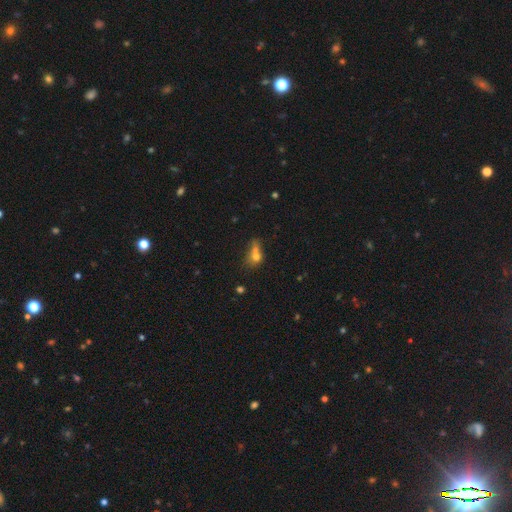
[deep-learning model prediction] Smooth or featured?
  - smooth: 68% *
  - featured or disk: 18%
  - star or artifact: 14%
How rounded?
  - round: 50% *
  - in between: 46%
  - cigar-shaped: 4%
Merging?
  - merger: 49% *
  - none: 27%
  - minor disturbance: 13%
  - major disturbance: 11%